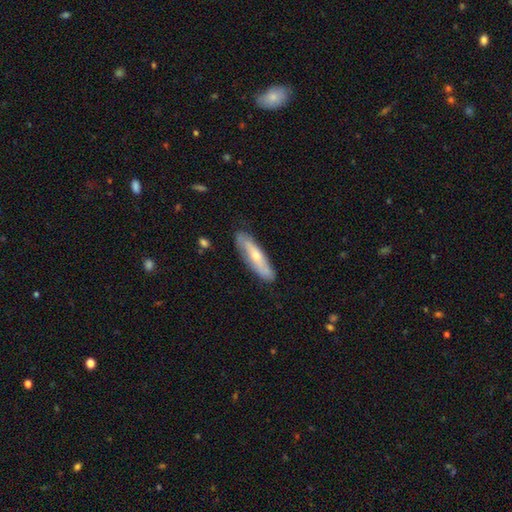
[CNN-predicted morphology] Smooth or featured? featured or disk (50%)
Merging? none (81%)